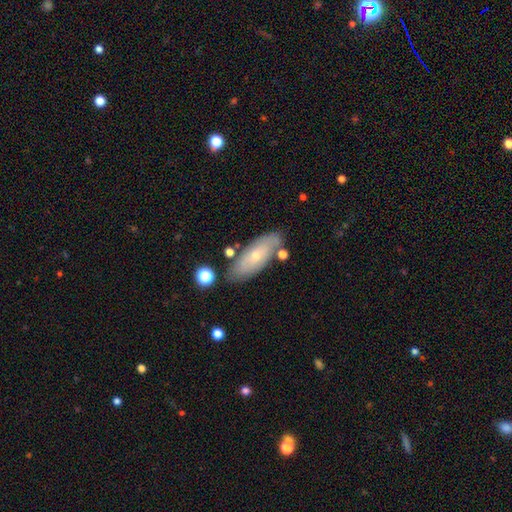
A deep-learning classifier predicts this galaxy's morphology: Smooth or featured?
  - smooth: 55% *
  - featured or disk: 38%
  - star or artifact: 7%
How rounded?
  - in between: 71% *
  - cigar-shaped: 26%
  - round: 3%
Merging?
  - none: 77% *
  - minor disturbance: 15%
  - merger: 5%
  - major disturbance: 3%